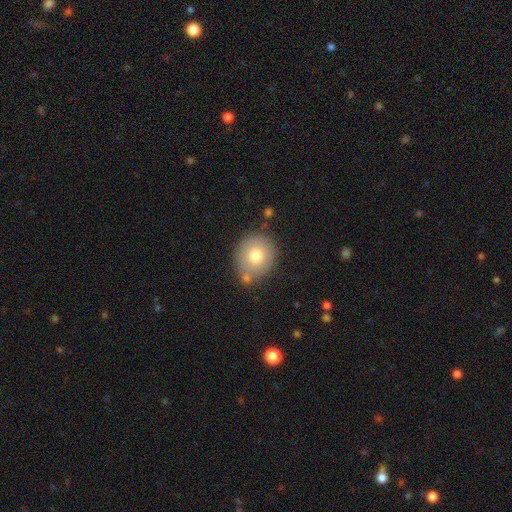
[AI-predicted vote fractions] This appears to be a smooth galaxy with no disk features (75%) that is round (80%). Merging: none (69%).